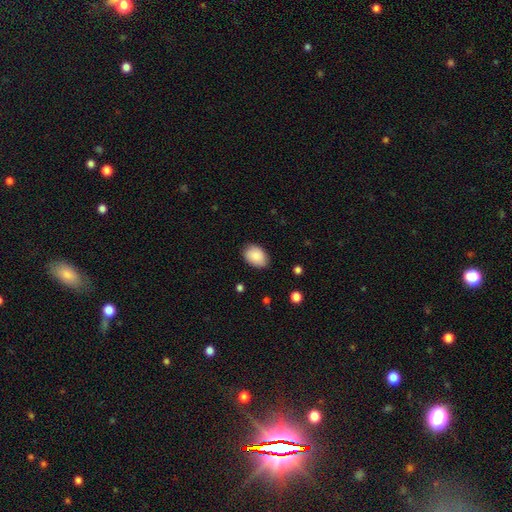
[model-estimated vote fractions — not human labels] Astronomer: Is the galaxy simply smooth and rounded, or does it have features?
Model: smooth — 89%.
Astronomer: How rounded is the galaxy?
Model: in between — 82%.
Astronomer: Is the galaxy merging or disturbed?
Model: none — 84%.